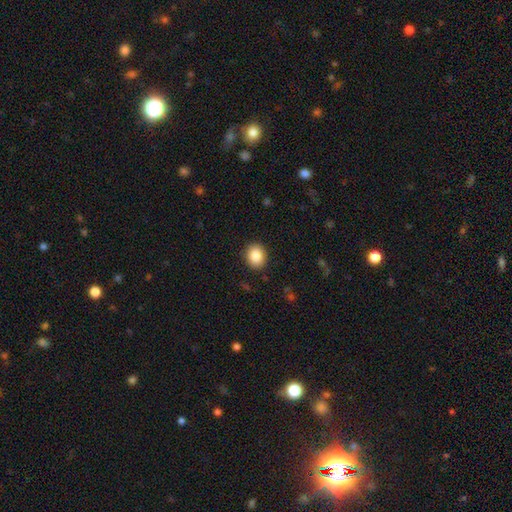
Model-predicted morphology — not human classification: This is clearly a smooth galaxy (87%). How rounded: likely round (60%). Merging: clearly none (89%).